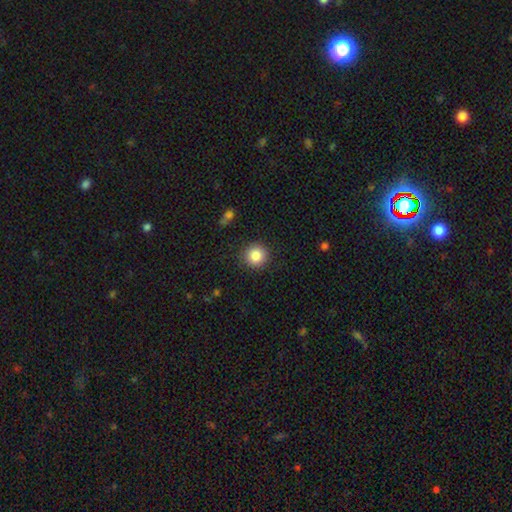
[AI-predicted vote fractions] smooth_or_featured: smooth (p=0.85) [alt: star or artifact p=0.10]
how_rounded: round (p=0.93) [alt: in between p=0.07]
merging: none (p=0.89) [alt: minor disturbance p=0.07]